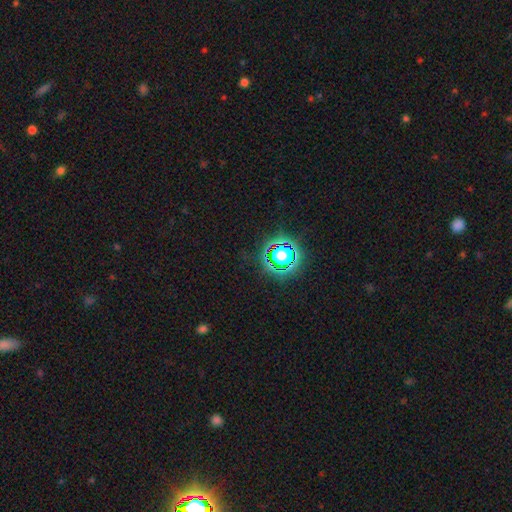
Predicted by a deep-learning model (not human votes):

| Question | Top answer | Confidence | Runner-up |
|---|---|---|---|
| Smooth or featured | star or artifact | 78% | smooth (15%) |